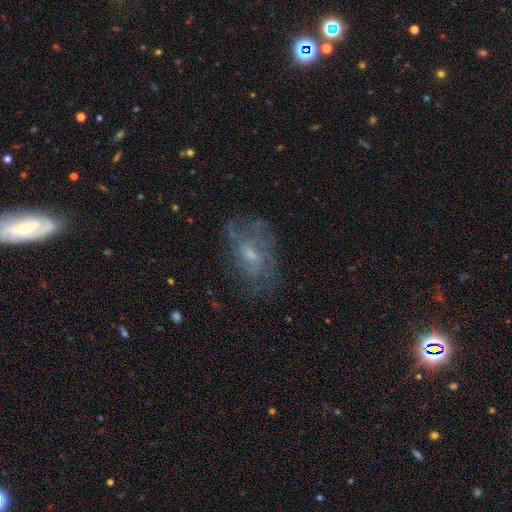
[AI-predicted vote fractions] A featured or disk galaxy (56%) with no bar (56%), spiral arms (71%) and a small central bulge (53%).

Vote fractions:
- Smooth or featured? featured or disk: 56% / smooth: 23% / star or artifact: 21%
- Edge-on disk? no: 93% / yes: 7%
- Bar? no: 56% / weak: 37% / strong: 8%
- Spiral arms? yes: 71% / no: 29%
- Bulge size? small: 53% / moderate: 36% / none: 7% / large: 3% / dominant: 1%
- Merging? none: 69% / minor disturbance: 18% / major disturbance: 11% / merger: 2%